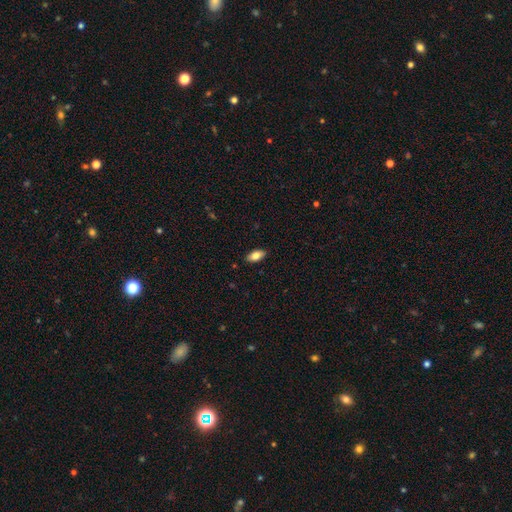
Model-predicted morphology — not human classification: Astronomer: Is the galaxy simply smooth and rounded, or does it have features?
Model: smooth — 80%.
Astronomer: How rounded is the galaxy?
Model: in between — 91%.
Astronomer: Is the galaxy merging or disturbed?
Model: none — 88%.